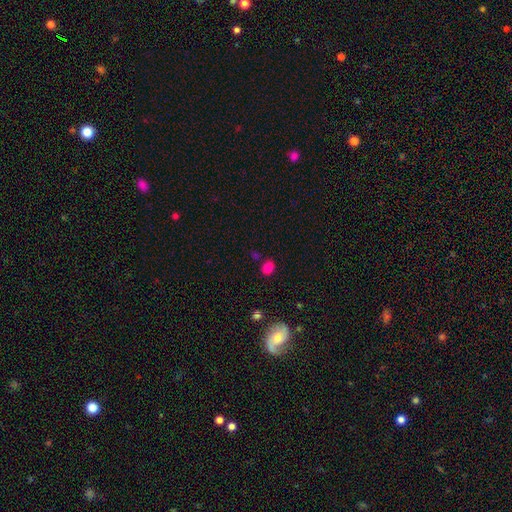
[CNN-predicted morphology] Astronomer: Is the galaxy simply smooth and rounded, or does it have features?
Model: smooth — 76%.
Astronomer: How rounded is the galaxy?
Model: in between — 51% (runner-up: round, 48%).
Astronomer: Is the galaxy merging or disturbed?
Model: none — 78%.